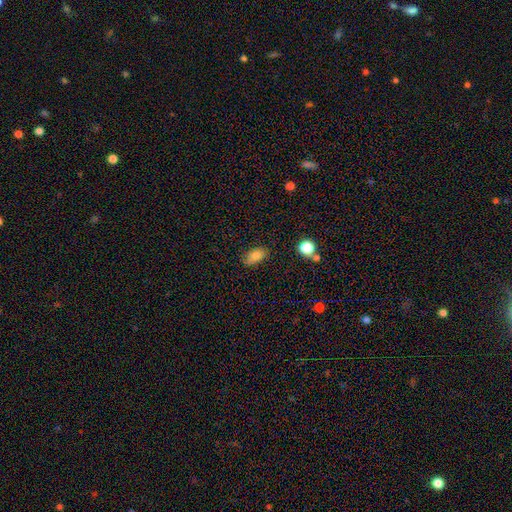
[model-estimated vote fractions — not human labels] Overall: smooth (82%). How rounded: in between (88%). Merging: none (76%).